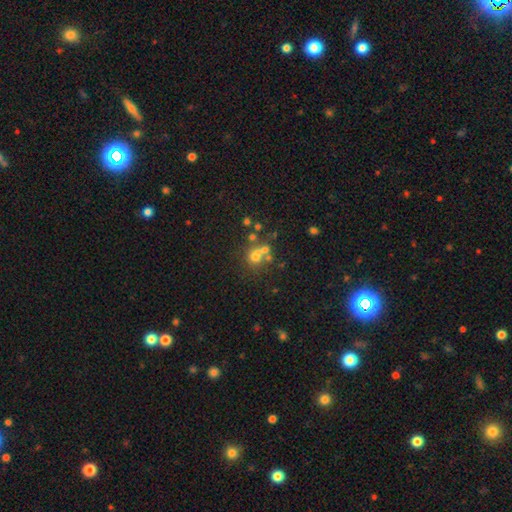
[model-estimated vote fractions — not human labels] Smooth or featured: smooth — 52% (featured or disk — 25%)
How rounded: round — 75% (in between — 24%)
Merging: merger — 44% (none — 38%)